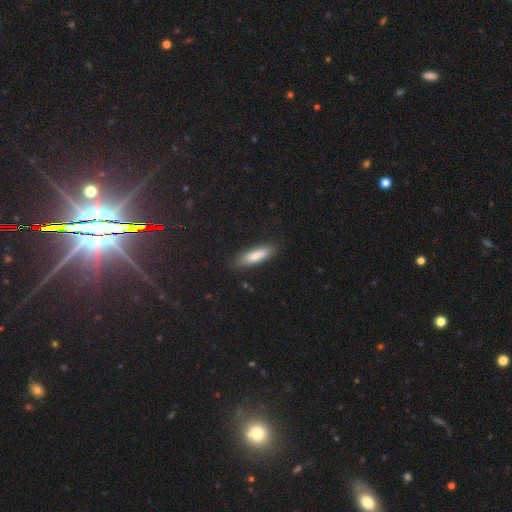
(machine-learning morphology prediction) Smooth or featured?
  - smooth: 82% *
  - featured or disk: 12%
  - star or artifact: 6%
How rounded?
  - cigar-shaped: 58% *
  - in between: 40%
  - round: 2%
Merging?
  - none: 84% *
  - minor disturbance: 12%
  - major disturbance: 3%
  - merger: 1%